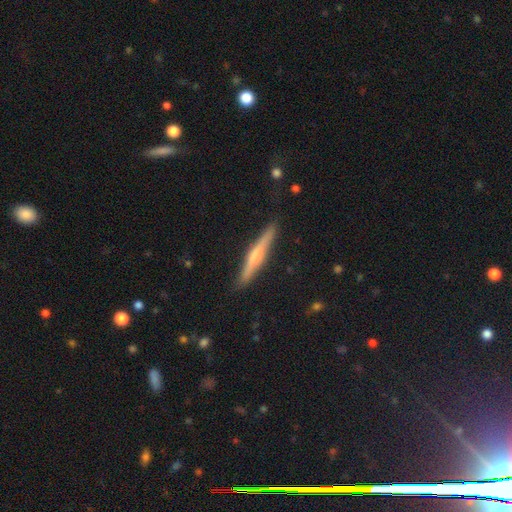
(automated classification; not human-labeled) This is possibly a featured or disk galaxy (56%). It is clearly viewed edge-on (97%). Edge-on bulge: likely rounded (63%). Merging: clearly none (88%).